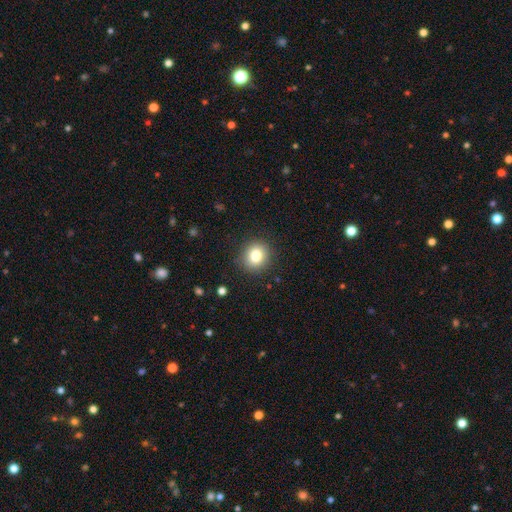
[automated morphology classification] Smooth or featured? smooth (82%)
How rounded? round (80%)
Merging? none (88%)